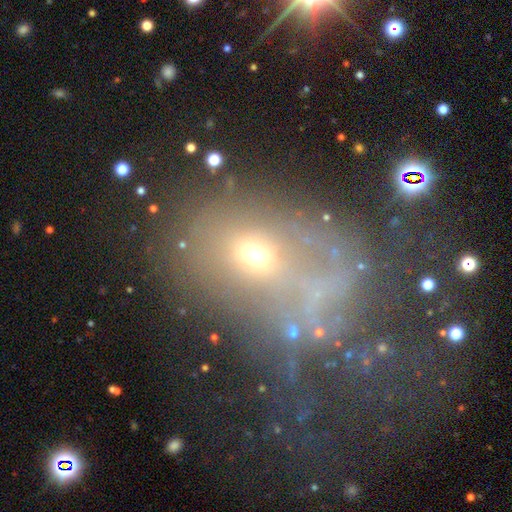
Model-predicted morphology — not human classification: Q: Smooth or featured?
A: smooth (43%); runner-up: featured or disk (29%)
Q: Merging?
A: major disturbance (39%); runner-up: none (32%)